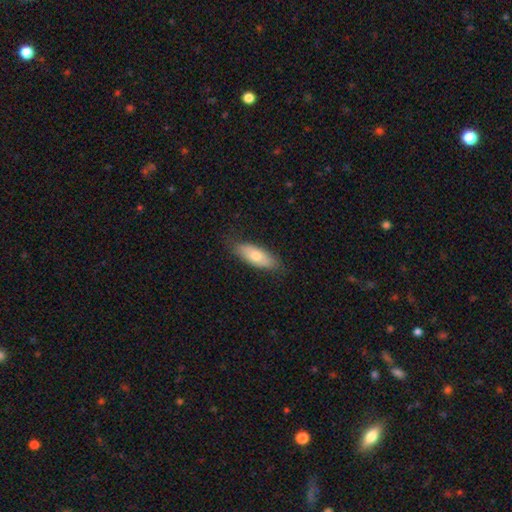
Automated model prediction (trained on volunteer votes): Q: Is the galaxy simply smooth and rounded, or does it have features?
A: smooth — 70%.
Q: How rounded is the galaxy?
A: in between — 69%.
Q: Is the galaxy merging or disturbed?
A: none — 82%.